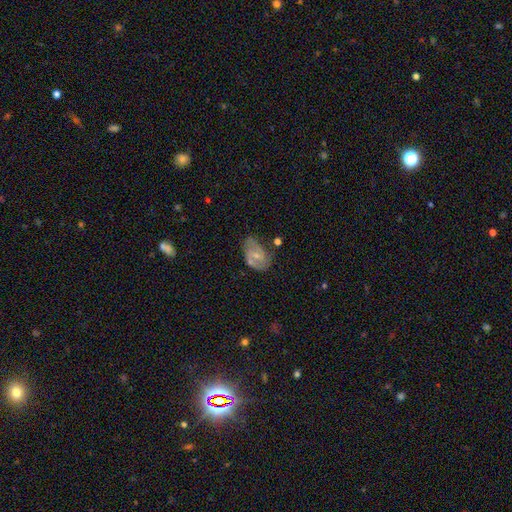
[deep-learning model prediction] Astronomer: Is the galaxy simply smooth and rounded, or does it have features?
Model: featured or disk — 59%.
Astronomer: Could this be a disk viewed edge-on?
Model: no — 96%.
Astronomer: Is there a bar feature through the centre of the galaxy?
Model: weak — 45% (runner-up: no, 43%).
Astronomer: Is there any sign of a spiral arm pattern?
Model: yes — 75%.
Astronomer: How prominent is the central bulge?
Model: small — 56% (runner-up: moderate, 37%).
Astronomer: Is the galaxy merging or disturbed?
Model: none — 48% (runner-up: minor disturbance, 30%).